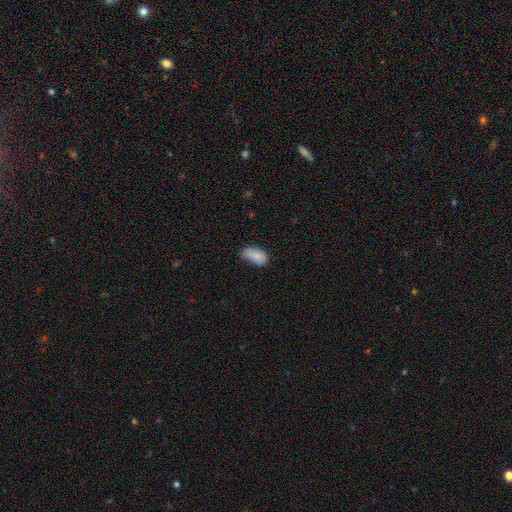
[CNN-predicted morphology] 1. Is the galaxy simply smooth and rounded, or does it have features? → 83% smooth, 9% featured or disk, 7% star or artifact.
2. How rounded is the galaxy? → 93% in between, 4% round, 2% cigar-shaped.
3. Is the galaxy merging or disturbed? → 52% none, 37% minor disturbance, 8% major disturbance, 2% merger.